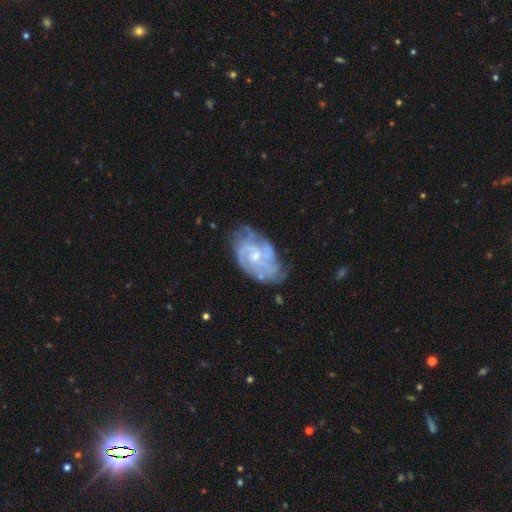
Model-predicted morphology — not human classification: type=featured or disk (81%); edge-on=no (96%); bar=no (64%); spiral arms=yes (91%); winding=tight (53%); arm count=can't tell (37%); bulge=small (59%); merging=none (64%).